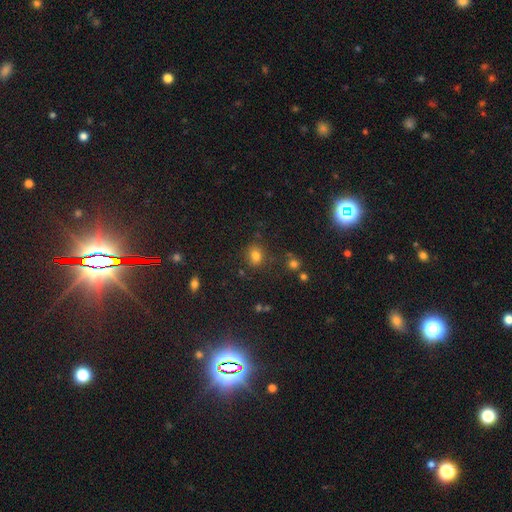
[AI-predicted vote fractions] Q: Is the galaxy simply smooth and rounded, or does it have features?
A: smooth — 77%.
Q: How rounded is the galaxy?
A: round — 63%.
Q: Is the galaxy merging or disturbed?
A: none — 76%.